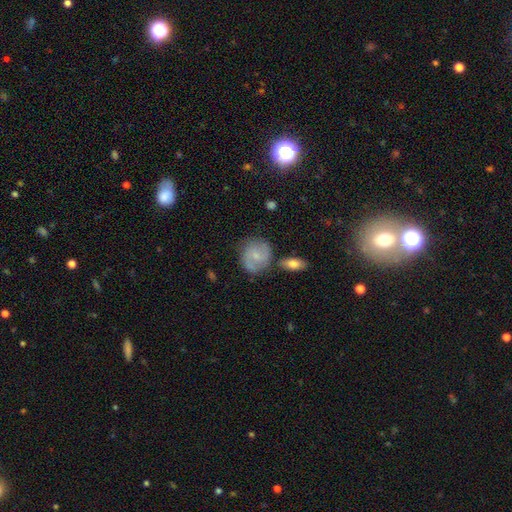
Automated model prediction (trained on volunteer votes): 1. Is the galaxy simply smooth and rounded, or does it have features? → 48% smooth, 44% featured or disk, 8% star or artifact.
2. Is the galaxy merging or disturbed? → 68% none, 18% minor disturbance, 8% merger, 5% major disturbance.